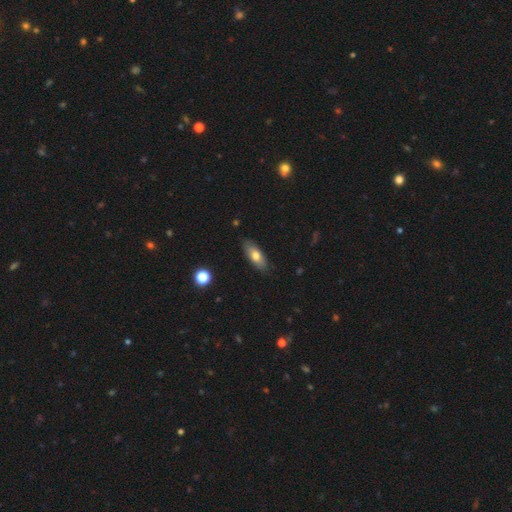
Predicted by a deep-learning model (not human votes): Smooth or featured? Predicted: smooth (p=0.70). How rounded? Predicted: in between (p=0.73). Merging? Predicted: none (p=0.86).